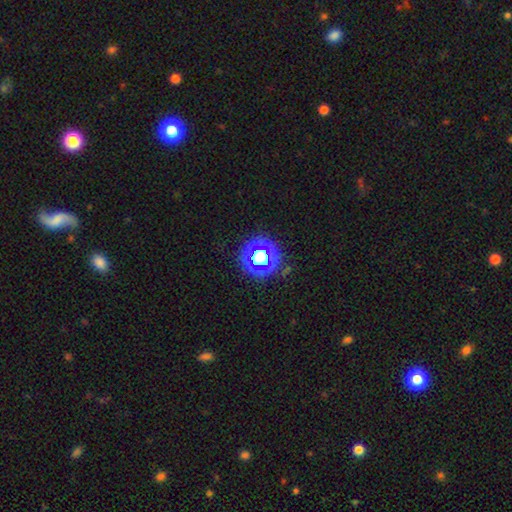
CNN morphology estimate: The model was most divided on "smooth or featured": star or artifact: 69%, smooth: 21%, featured or disk: 10%.